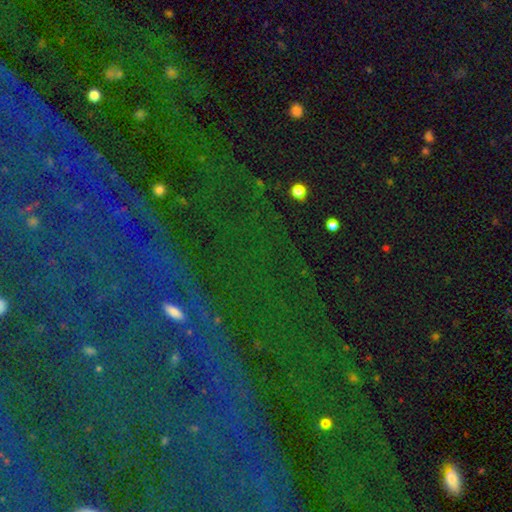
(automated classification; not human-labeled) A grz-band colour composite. It shows a star or artifact, not a galaxy (80%).